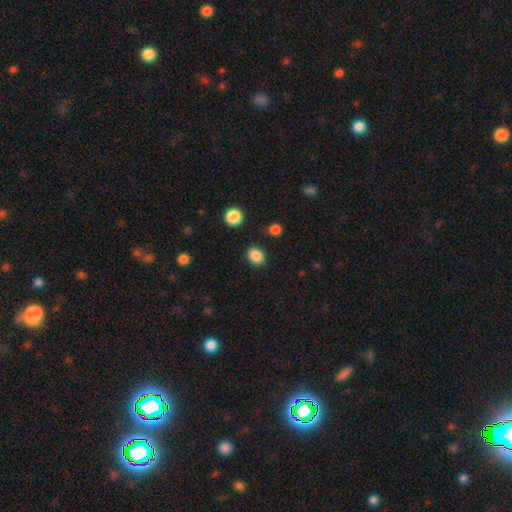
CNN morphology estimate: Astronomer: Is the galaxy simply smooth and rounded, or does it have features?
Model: smooth — 86%.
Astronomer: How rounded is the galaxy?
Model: round — 57% (runner-up: in between, 42%).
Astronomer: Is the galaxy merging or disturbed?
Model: none — 87%.